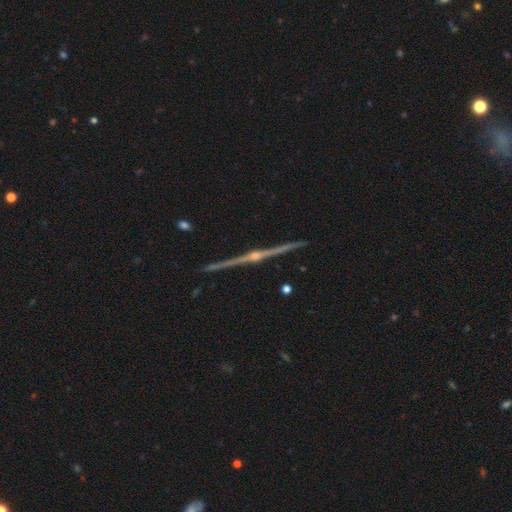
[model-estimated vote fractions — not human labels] A featured or disk galaxy (89%) viewed edge-on (98%) with a rounded central bulge (87%).

Vote fractions:
- Smooth or featured? featured or disk: 89% / star or artifact: 6% / smooth: 5%
- Edge-on disk? yes: 98% / no: 2%
- Edge-on bulge? rounded: 87% / none: 7% / boxy: 6%
- Merging? none: 92% / minor disturbance: 5% / merger: 2% / major disturbance: 1%